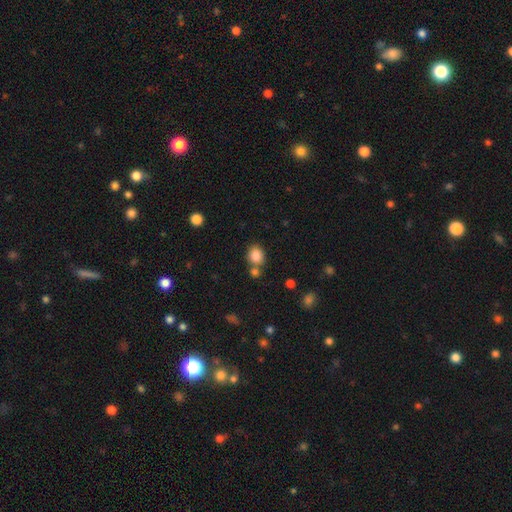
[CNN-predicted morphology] smooth-or-featured: smooth: 84% | star or artifact: 10% | featured or disk: 6%
  how-rounded: round: 63% | in between: 36% | cigar-shaped: 1%
  merging: none: 64% | merger: 22% | minor disturbance: 10% | major disturbance: 3%